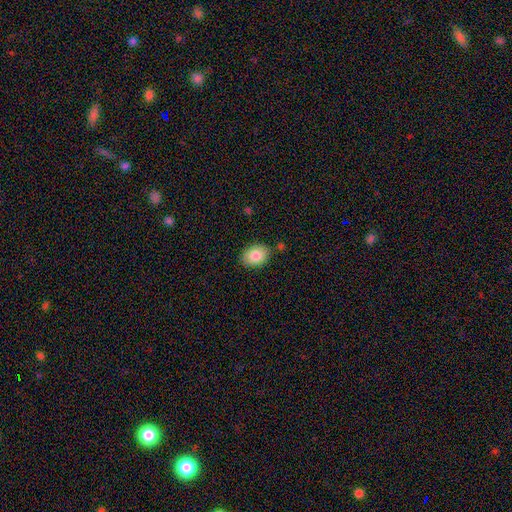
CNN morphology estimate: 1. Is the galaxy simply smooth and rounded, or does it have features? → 84% smooth, 8% featured or disk, 7% star or artifact.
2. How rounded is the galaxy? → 78% in between, 21% round, 1% cigar-shaped.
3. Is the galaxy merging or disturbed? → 82% none, 12% minor disturbance, 3% merger, 3% major disturbance.